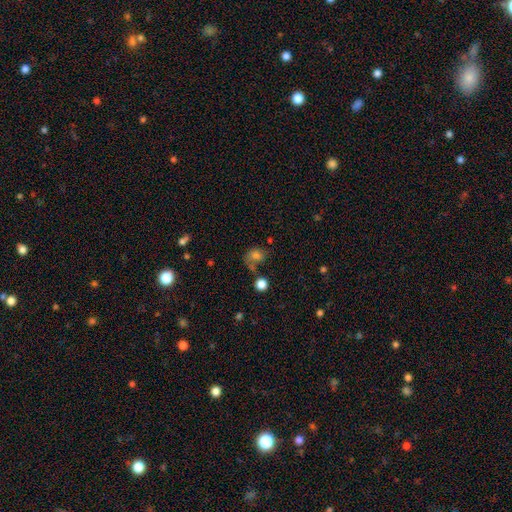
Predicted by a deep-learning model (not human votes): smooth-or-featured: smooth: 71% | featured or disk: 16% | star or artifact: 14%
  how-rounded: round: 51% | in between: 48% | cigar-shaped: 1%
  merging: none: 40% | minor disturbance: 23% | major disturbance: 19% | merger: 17%